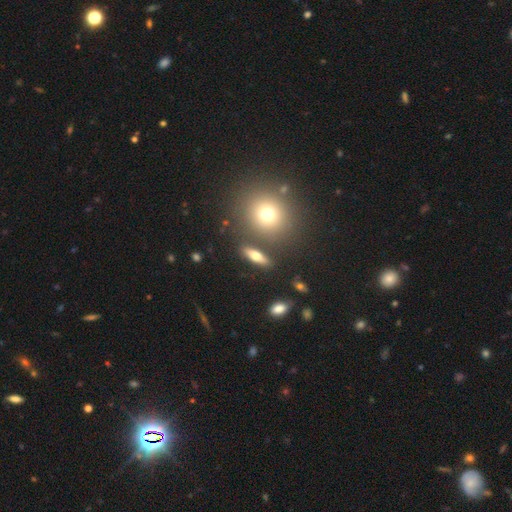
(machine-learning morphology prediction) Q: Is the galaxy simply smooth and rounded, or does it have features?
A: smooth — 56%.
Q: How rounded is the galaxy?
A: cigar-shaped — 46%.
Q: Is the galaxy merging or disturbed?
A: none — 82%.